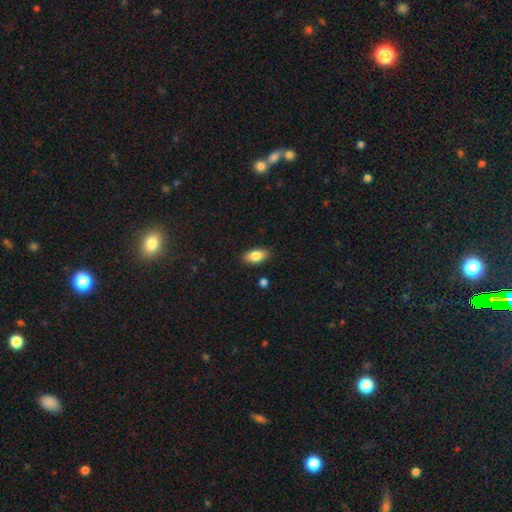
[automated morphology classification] Q: Smooth or featured?
A: smooth (84%); runner-up: featured or disk (9%)
Q: How rounded?
A: in between (91%); runner-up: cigar-shaped (5%)
Q: Merging?
A: none (88%); runner-up: minor disturbance (9%)